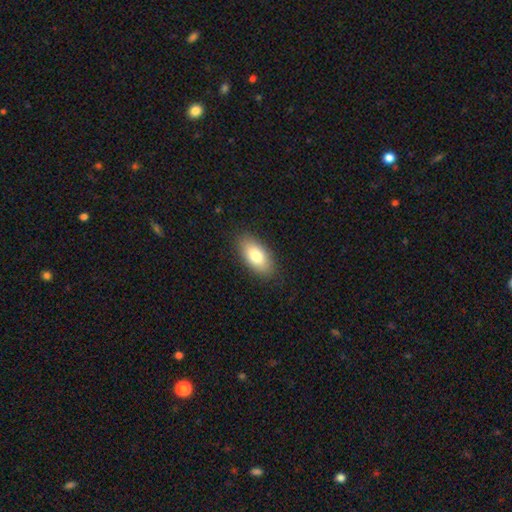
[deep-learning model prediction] Smooth or featured: smooth — 80% (featured or disk — 14%)
How rounded: in between — 91% (cigar-shaped — 6%)
Merging: none — 87% (minor disturbance — 10%)